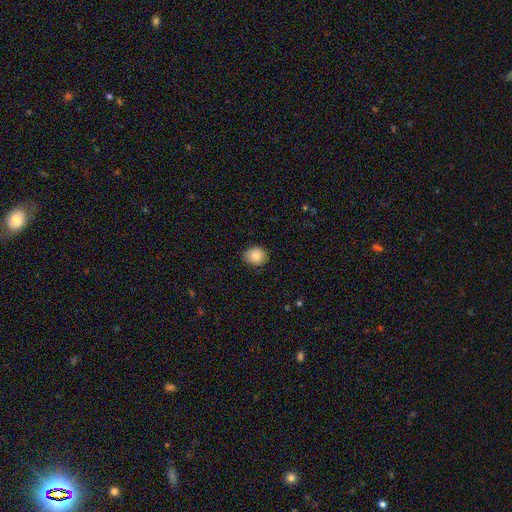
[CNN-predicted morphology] The model was most divided on "how rounded": round: 62%, in between: 37%, cigar-shaped: 1%. More confident: smooth or featured — smooth (87%); merging — none (84%).